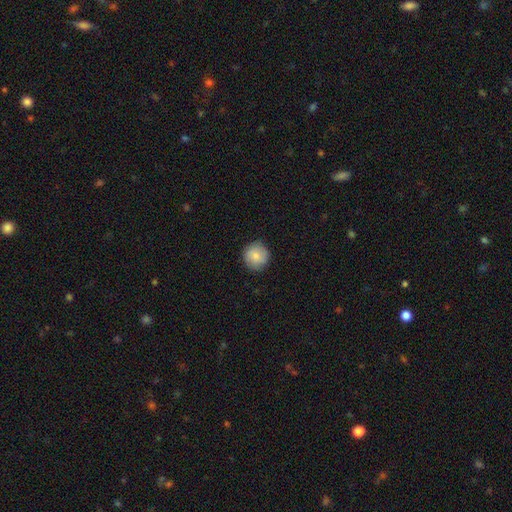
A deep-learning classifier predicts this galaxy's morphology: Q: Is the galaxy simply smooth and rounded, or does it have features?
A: smooth — 83%.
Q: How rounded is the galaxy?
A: round — 94%.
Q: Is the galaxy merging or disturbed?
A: none — 87%.